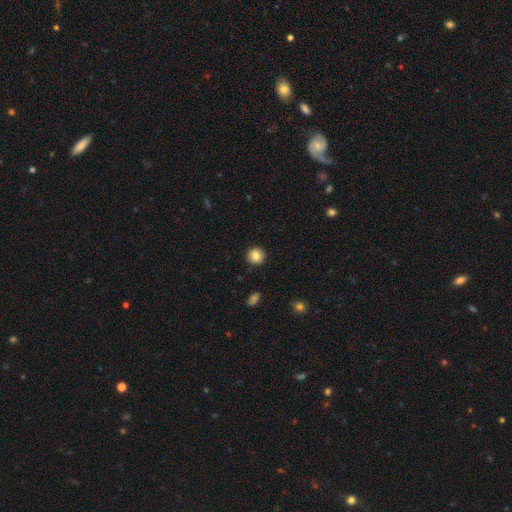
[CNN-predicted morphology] A smooth galaxy with no disk features (85%) that is round (93%). Merging: none (92%).